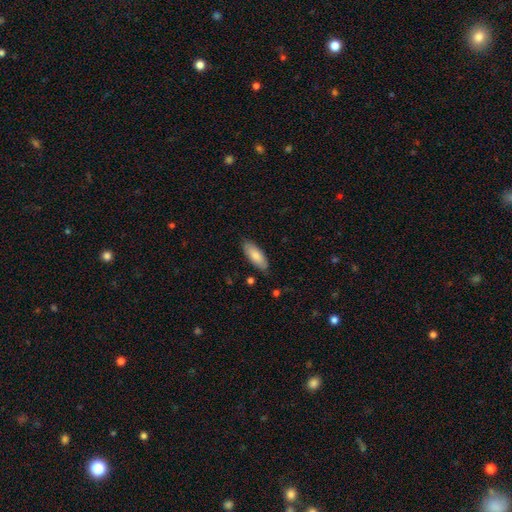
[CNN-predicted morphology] The model was most divided on "how rounded": in between: 80%, cigar-shaped: 18%, round: 2%. More confident: merging — none (82%); smooth or featured — smooth (81%).